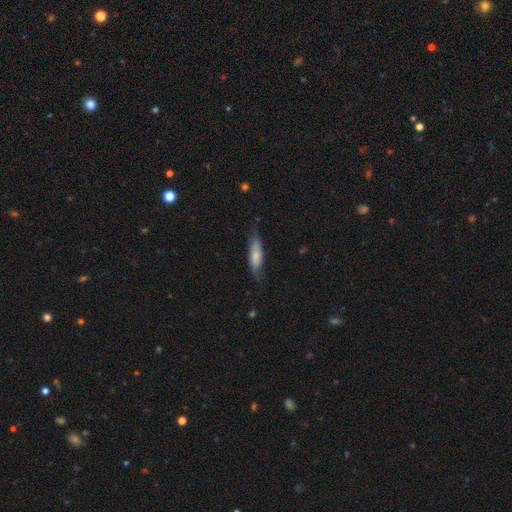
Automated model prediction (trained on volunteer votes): smooth 66%, featured or disk 28%, star or artifact 6%. Down the decision tree: how rounded — cigar-shaped (57%); merging — none (68%).